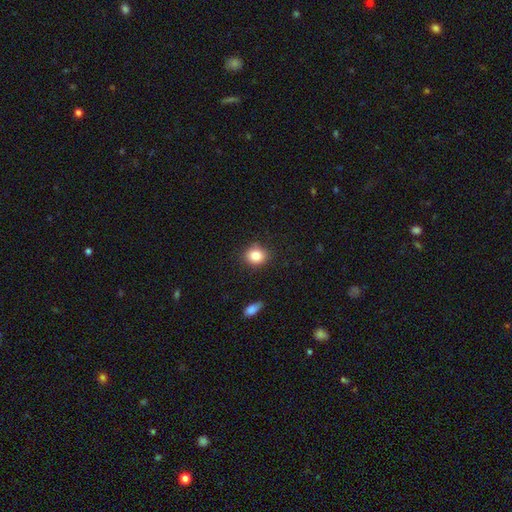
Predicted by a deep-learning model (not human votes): Morphology: type=smooth (84%); roundness=round (71%); merging=none (85%).